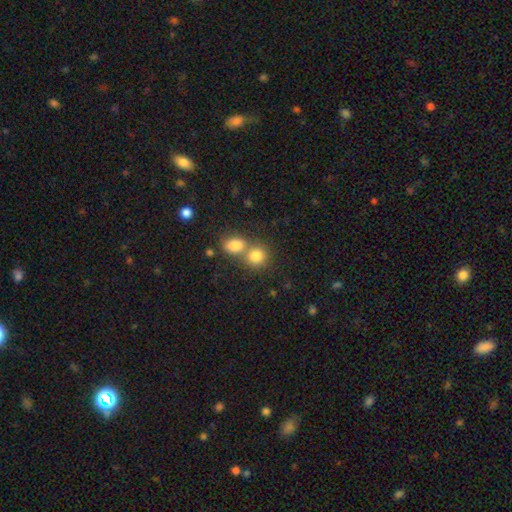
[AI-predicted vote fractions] This is clearly a smooth galaxy (81%). How rounded: likely round (76%). Merging: possibly merger (48%).